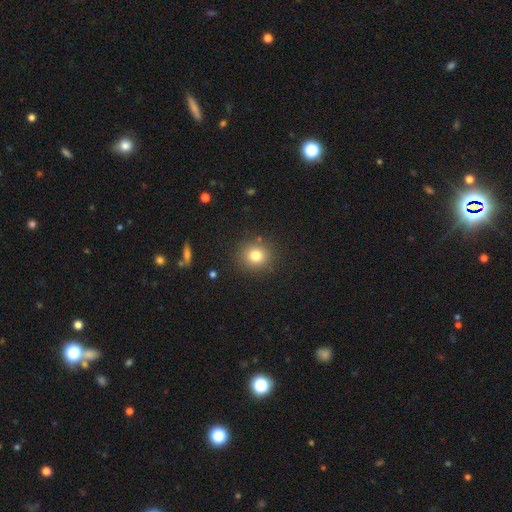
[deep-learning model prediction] smooth 79%, star or artifact 13%, featured or disk 8%. Down the decision tree: how rounded — round (87%); merging — none (88%).